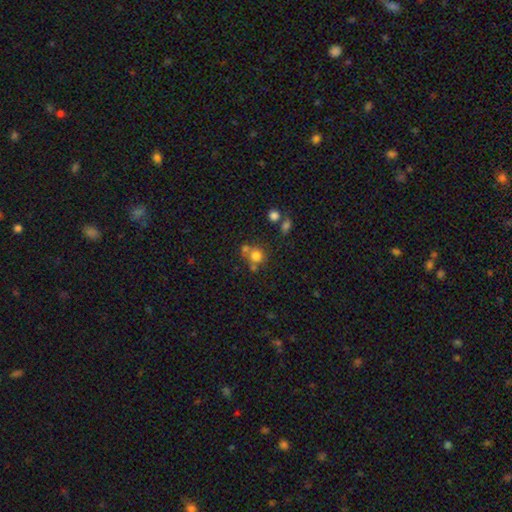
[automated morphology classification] smooth 75%, star or artifact 14%, featured or disk 11%. Down the decision tree: how rounded — round (85%); merging — none (51%).